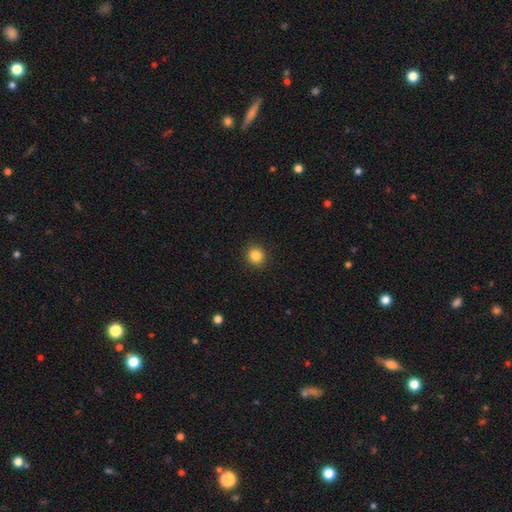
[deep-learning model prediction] This is clearly a smooth galaxy (85%). How rounded: clearly round (86%). Merging: clearly none (92%).